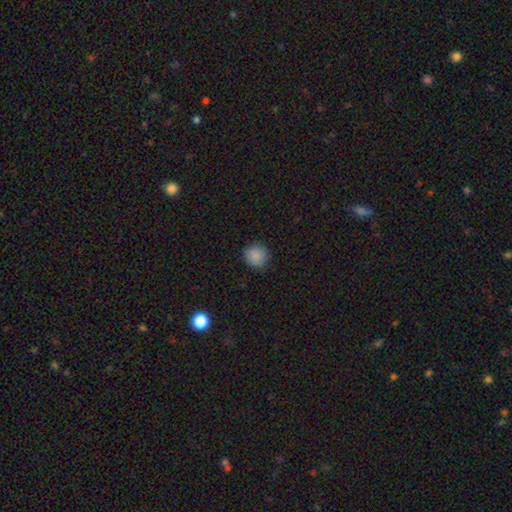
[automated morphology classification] This appears to be a smooth galaxy with no disk features (87%) that is round (94%). Merging: none (90%).